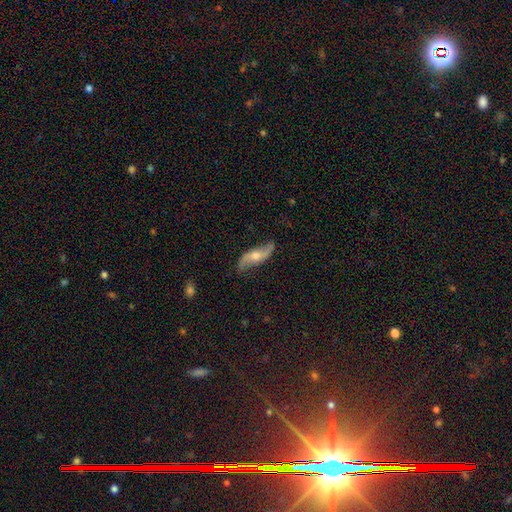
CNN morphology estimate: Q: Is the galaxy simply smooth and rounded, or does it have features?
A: featured or disk — 78%.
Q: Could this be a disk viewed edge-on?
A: no — 86%.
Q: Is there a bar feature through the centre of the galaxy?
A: no — 62%.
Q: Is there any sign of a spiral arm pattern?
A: yes — 93%.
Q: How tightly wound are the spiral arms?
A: loose — 85%.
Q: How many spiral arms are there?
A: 2 — 93%.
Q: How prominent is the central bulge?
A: moderate — 61%.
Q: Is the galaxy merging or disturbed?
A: none — 77%.